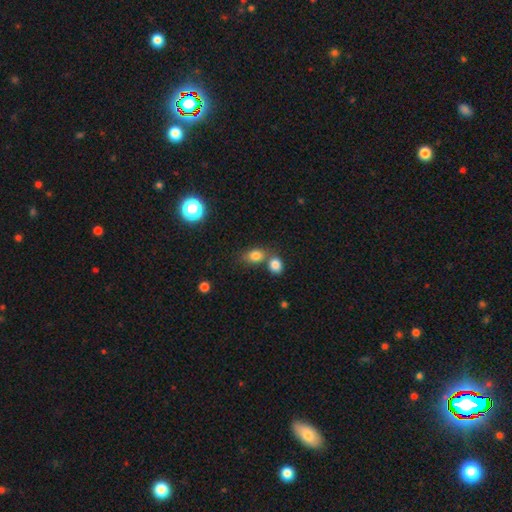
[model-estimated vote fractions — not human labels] Overall: smooth (81%). How rounded: in between (62%; round 37%). Merging: none (50%; merger 35%).